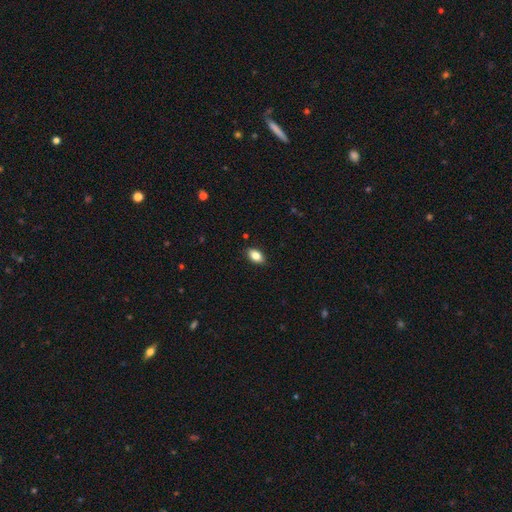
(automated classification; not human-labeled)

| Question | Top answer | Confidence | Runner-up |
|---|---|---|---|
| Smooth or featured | smooth | 84% | featured or disk (9%) |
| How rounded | in between | 90% | round (7%) |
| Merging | none | 89% | minor disturbance (8%) |